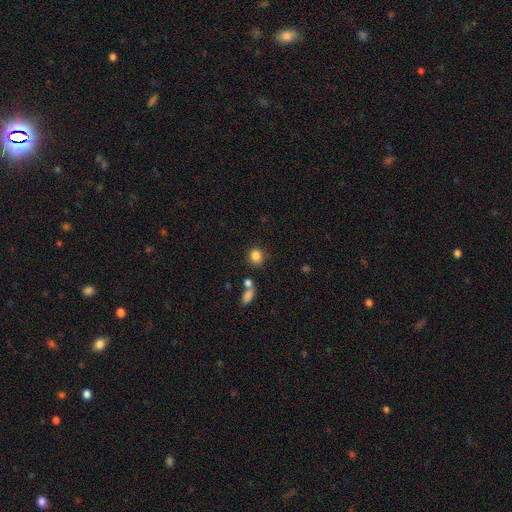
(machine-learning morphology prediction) Smooth or featured: smooth — 84% (star or artifact — 10%)
How rounded: round — 71% (in between — 28%)
Merging: none — 75% (minor disturbance — 12%)